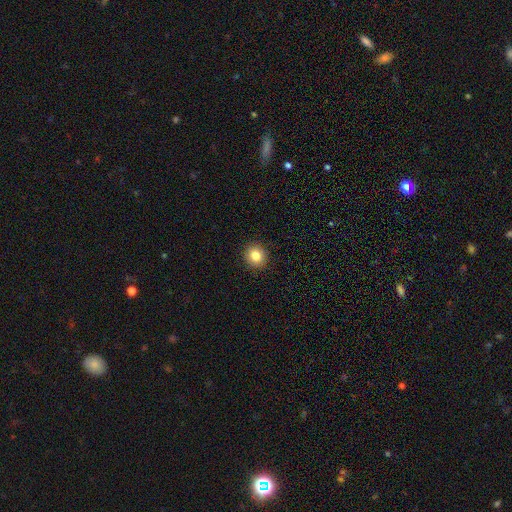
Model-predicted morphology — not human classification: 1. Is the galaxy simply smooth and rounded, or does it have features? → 84% smooth, 10% star or artifact, 6% featured or disk.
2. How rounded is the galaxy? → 84% round, 15% in between, 1% cigar-shaped.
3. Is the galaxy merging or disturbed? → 92% none, 5% minor disturbance, 2% major disturbance, 1% merger.